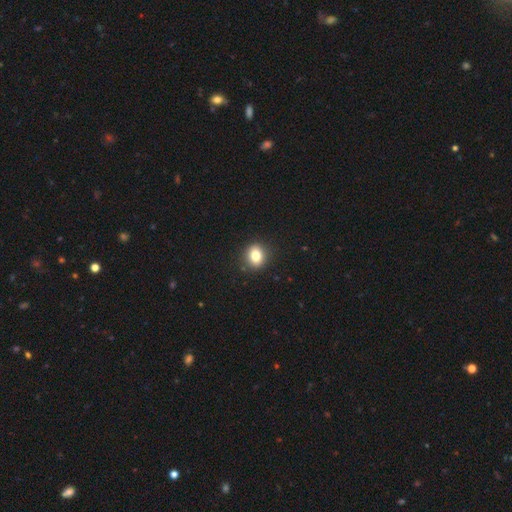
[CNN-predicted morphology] A smooth galaxy with no disk features (81%) that is round (60%).

Vote fractions:
- Smooth or featured? smooth: 81% / star or artifact: 11% / featured or disk: 9%
- How rounded? round: 60% / in between: 38% / cigar-shaped: 1%
- Merging? none: 90% / minor disturbance: 7% / major disturbance: 2% / merger: 1%